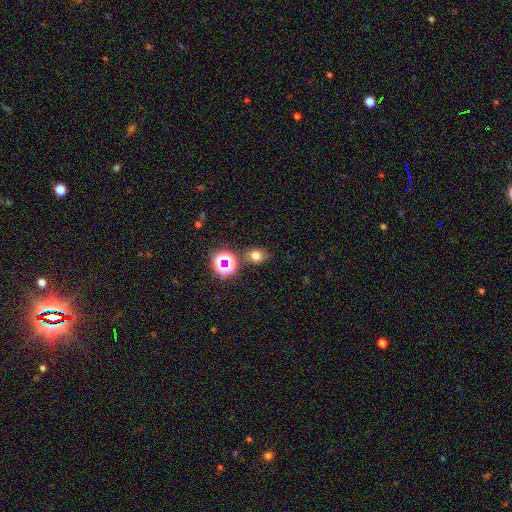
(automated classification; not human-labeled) A smooth galaxy with no disk features (68%) that is round (50%).

Vote fractions:
- Smooth or featured? smooth: 68% / star or artifact: 23% / featured or disk: 9%
- How rounded? round: 50% / in between: 48% / cigar-shaped: 1%
- Merging? none: 78% / minor disturbance: 12% / merger: 7% / major disturbance: 4%